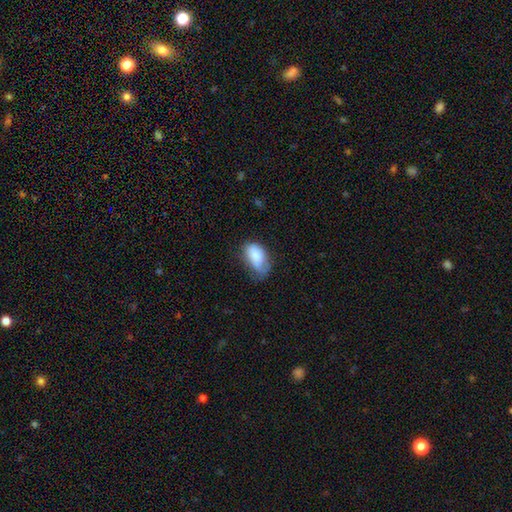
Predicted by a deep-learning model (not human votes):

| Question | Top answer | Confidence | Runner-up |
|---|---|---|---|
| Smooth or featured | smooth | 82% | featured or disk (11%) |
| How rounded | in between | 93% | round (5%) |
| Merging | minor disturbance | 41% | none (39%) |